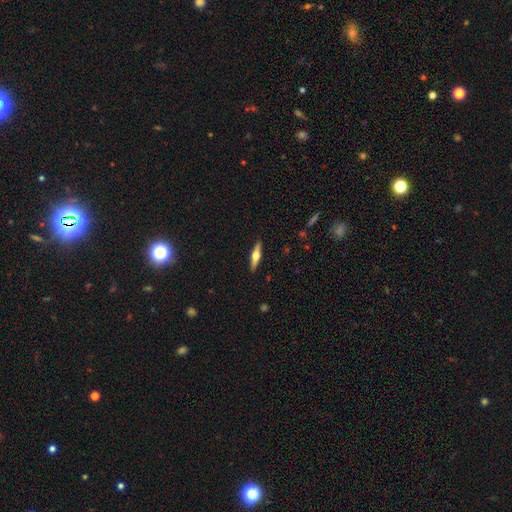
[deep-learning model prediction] Smooth or featured? featured or disk (63%)
Edge-on disk? yes (96%)
Edge-on bulge? rounded (95%)
Merging? none (90%)